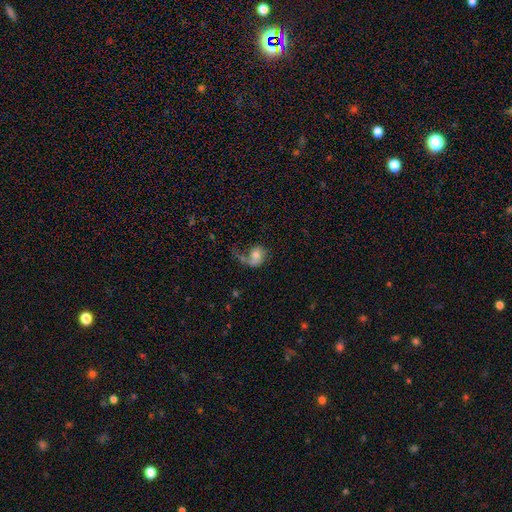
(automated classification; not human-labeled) smooth_or_featured: smooth (p=0.48) [alt: featured or disk p=0.42]
merging: major disturbance (p=0.43) [alt: none p=0.28]